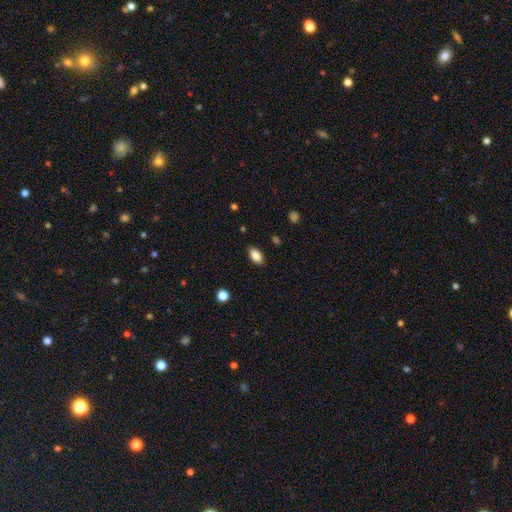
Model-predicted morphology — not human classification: Smooth or featured? Predicted: smooth (p=0.86). How rounded? Predicted: in between (p=0.91). Merging? Predicted: none (p=0.87).